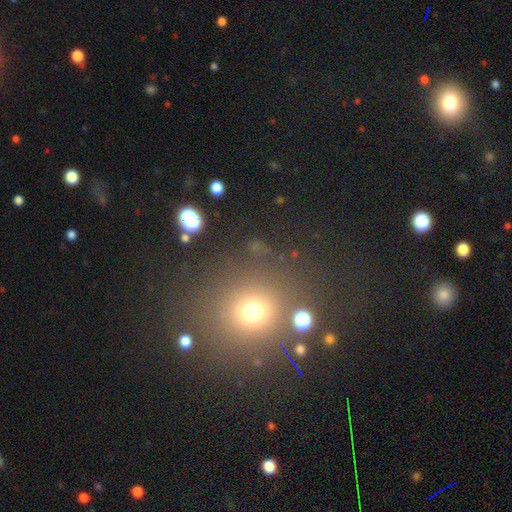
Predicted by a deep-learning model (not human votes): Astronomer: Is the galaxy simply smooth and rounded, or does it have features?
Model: smooth — 59%.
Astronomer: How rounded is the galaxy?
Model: round — 85%.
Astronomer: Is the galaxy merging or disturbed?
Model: none — 83%.